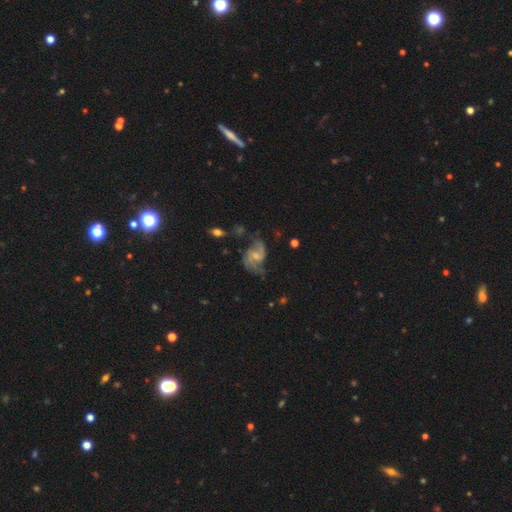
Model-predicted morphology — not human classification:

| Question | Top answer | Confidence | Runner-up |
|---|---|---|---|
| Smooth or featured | featured or disk | 84% | smooth (9%) |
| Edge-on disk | no | 98% | yes (2%) |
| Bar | no | 48% | weak (44%) |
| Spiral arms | yes | 96% | no (4%) |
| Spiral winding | medium | 48% | loose (38%) |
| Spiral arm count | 2 | 85% | can't tell (5%) |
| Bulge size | small | 51% | moderate (34%) |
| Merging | none | 57% | minor disturbance (23%) |